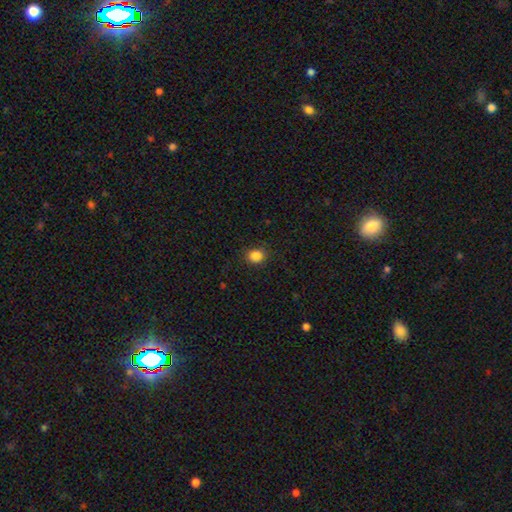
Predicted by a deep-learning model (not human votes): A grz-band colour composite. It shows a smooth galaxy with no disk features (85%) that is round (78%). Merging: none (88%).